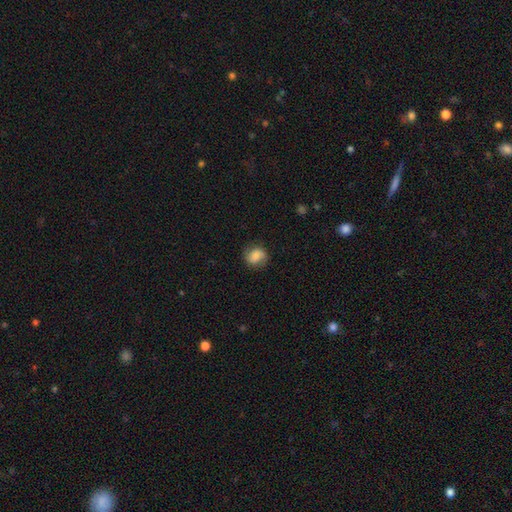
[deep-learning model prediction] smooth 74%, featured or disk 18%, star or artifact 9%. Down the decision tree: how rounded — round (68%); merging — none (77%).